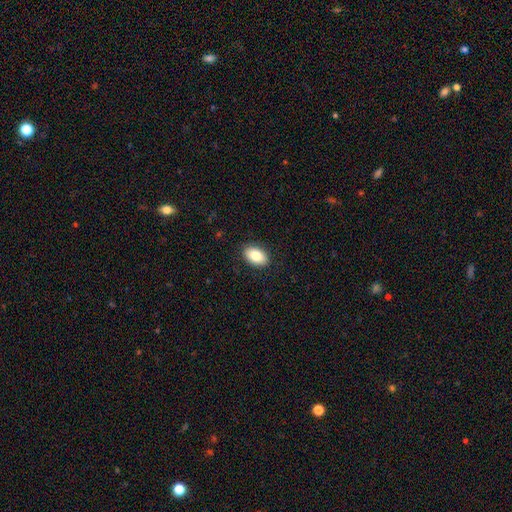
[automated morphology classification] Smooth or featured: smooth — 84% (featured or disk — 8%)
How rounded: in between — 90% (round — 8%)
Merging: none — 89% (minor disturbance — 8%)